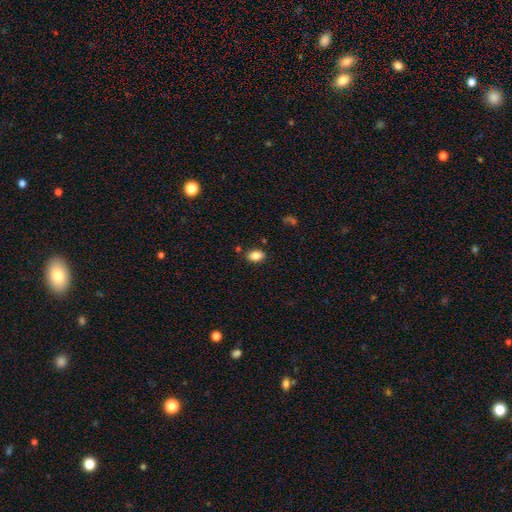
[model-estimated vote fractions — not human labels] A smooth galaxy with no disk features (85%) that is in between round and cigar-shaped (85%).

Vote fractions:
- Smooth or featured? smooth: 85% / star or artifact: 9% / featured or disk: 6%
- How rounded? in between: 85% / round: 13% / cigar-shaped: 2%
- Merging? none: 83% / minor disturbance: 11% / merger: 3% / major disturbance: 3%